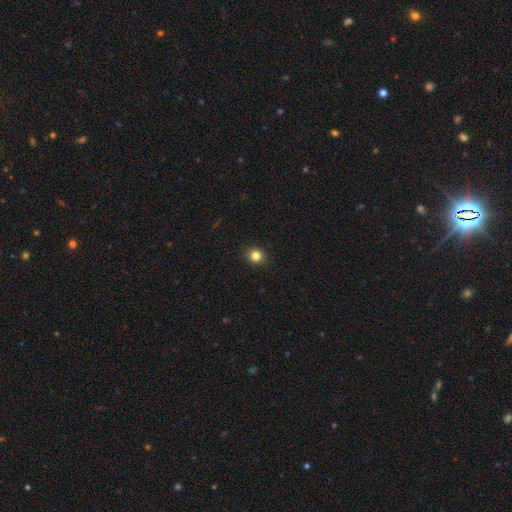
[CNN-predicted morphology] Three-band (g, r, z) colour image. It shows a smooth galaxy with no disk features (82%) that is round (80%). Merging: none (91%).